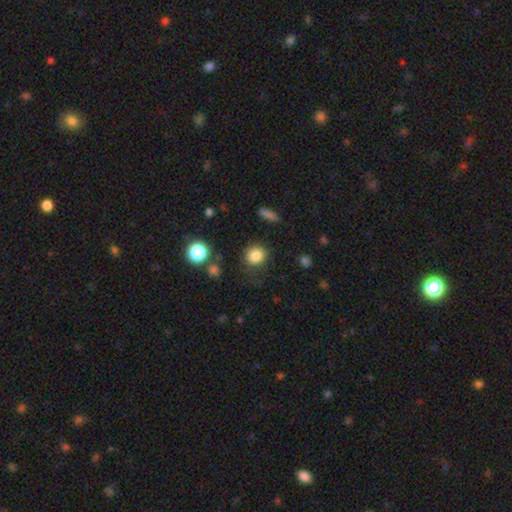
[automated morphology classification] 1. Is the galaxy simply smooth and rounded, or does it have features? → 84% smooth, 11% star or artifact, 5% featured or disk.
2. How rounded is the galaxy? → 87% round, 12% in between, 1% cigar-shaped.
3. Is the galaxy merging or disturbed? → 80% none, 12% minor disturbance, 5% major disturbance, 3% merger.